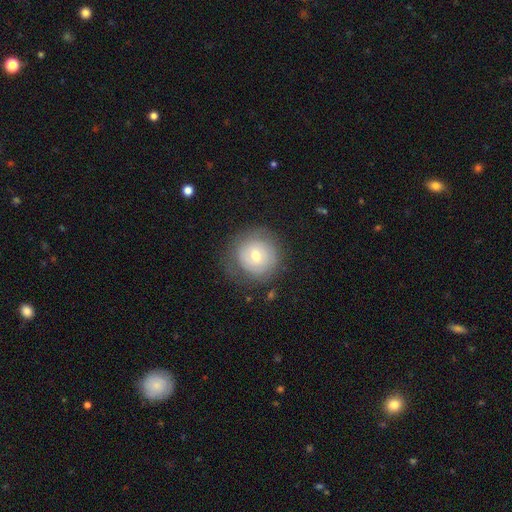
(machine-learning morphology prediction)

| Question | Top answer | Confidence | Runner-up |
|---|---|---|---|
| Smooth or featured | smooth | 50% | featured or disk (41%) |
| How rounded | round | 91% | in between (8%) |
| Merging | none | 72% | minor disturbance (18%) |